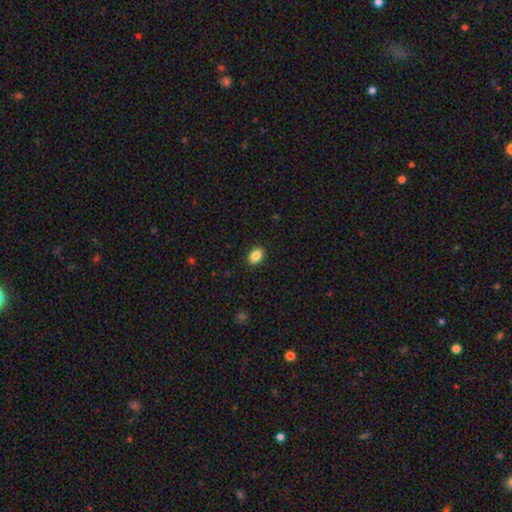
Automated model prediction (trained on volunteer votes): smooth-or-featured: smooth: 87% | star or artifact: 9% | featured or disk: 4%
  how-rounded: in between: 79% | round: 20% | cigar-shaped: 1%
  merging: none: 90% | minor disturbance: 7% | major disturbance: 2% | merger: 1%